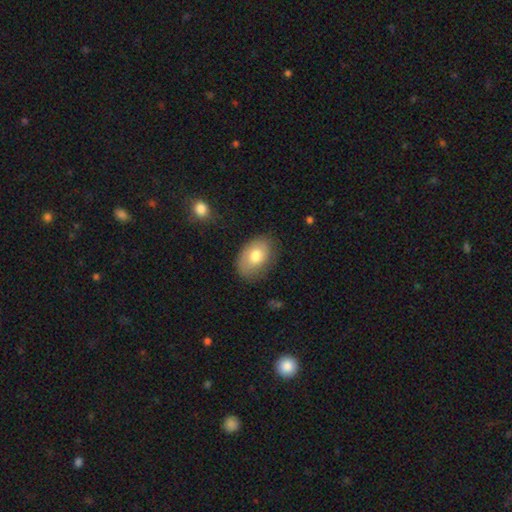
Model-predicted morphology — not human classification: smooth 74%, featured or disk 19%, star or artifact 7%. Down the decision tree: how rounded — in between (84%); merging — none (76%).